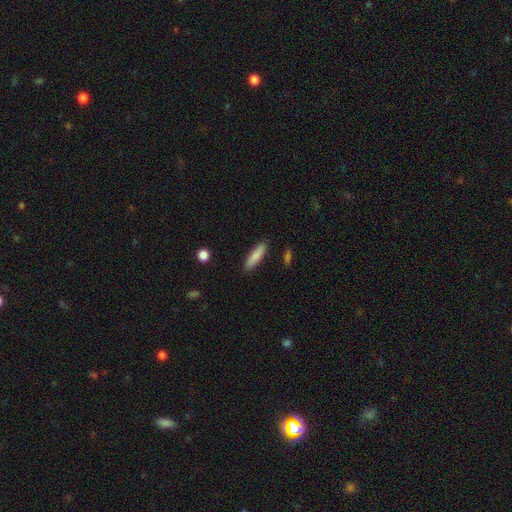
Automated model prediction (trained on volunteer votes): The model was most divided on "how rounded": cigar-shaped: 68%, in between: 30%, round: 2%. More confident: merging — none (89%); smooth or featured — smooth (85%).